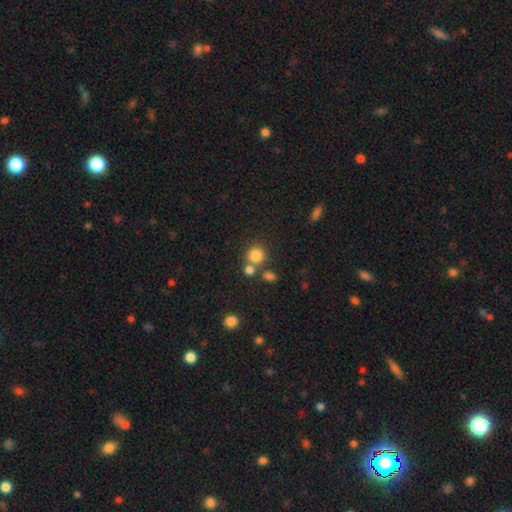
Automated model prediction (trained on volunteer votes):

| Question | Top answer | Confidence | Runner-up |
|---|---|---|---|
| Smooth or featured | smooth | 81% | star or artifact (13%) |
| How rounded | round | 87% | in between (12%) |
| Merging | none | 63% | merger (25%) |